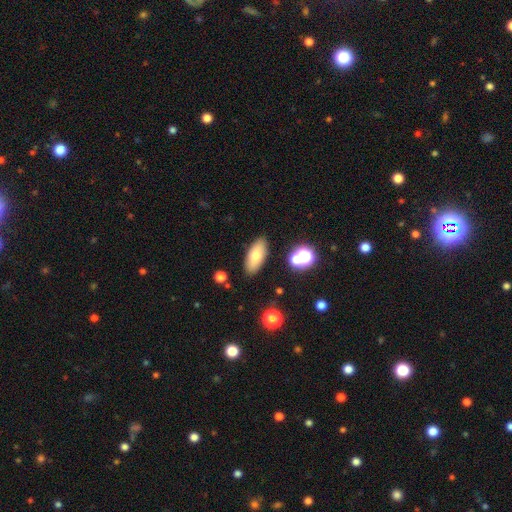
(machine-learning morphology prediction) smooth-or-featured: smooth: 72% | featured or disk: 19% | star or artifact: 8%
  how-rounded: in between: 82% | cigar-shaped: 15% | round: 4%
  merging: none: 86% | minor disturbance: 9% | merger: 3% | major disturbance: 2%